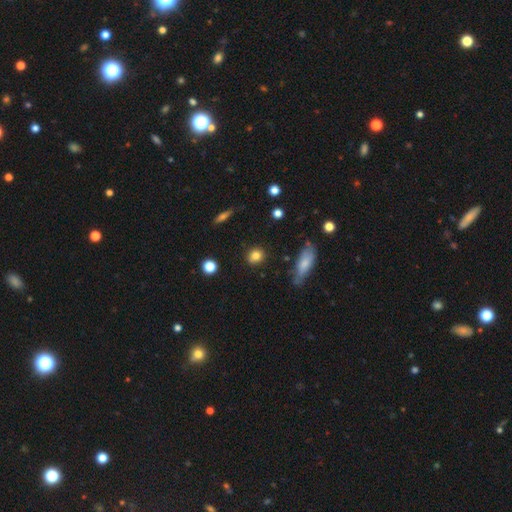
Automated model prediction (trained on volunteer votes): Smooth or featured: smooth — 82% (star or artifact — 10%)
How rounded: round — 75% (in between — 22%)
Merging: none — 85% (minor disturbance — 10%)